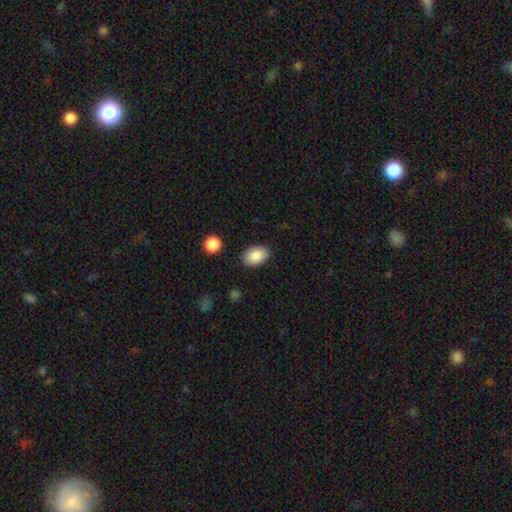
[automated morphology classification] Q: Smooth or featured?
A: smooth (88%); runner-up: star or artifact (7%)
Q: How rounded?
A: in between (87%); runner-up: round (12%)
Q: Merging?
A: none (86%); runner-up: minor disturbance (10%)